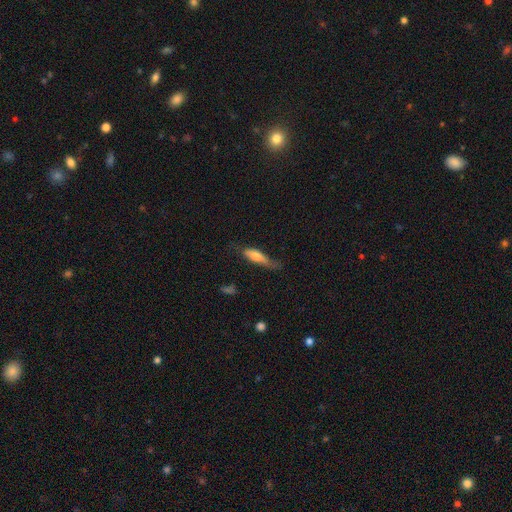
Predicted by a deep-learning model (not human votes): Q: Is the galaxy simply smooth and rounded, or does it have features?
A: smooth — 68%.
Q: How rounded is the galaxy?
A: cigar-shaped — 53%.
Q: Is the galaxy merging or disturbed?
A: none — 43%.